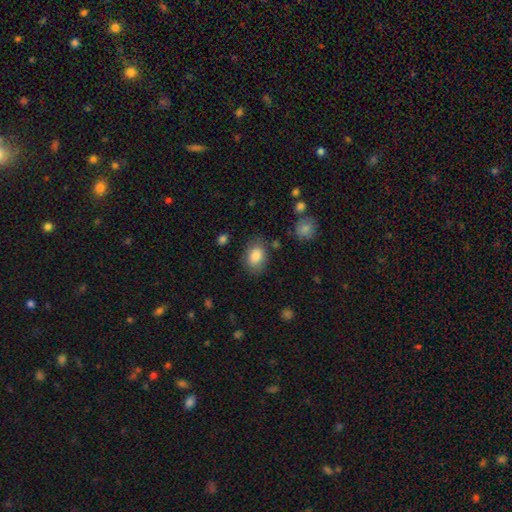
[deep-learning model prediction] smooth 85%, star or artifact 8%, featured or disk 8%. Down the decision tree: how rounded — in between (78%); merging — none (76%).